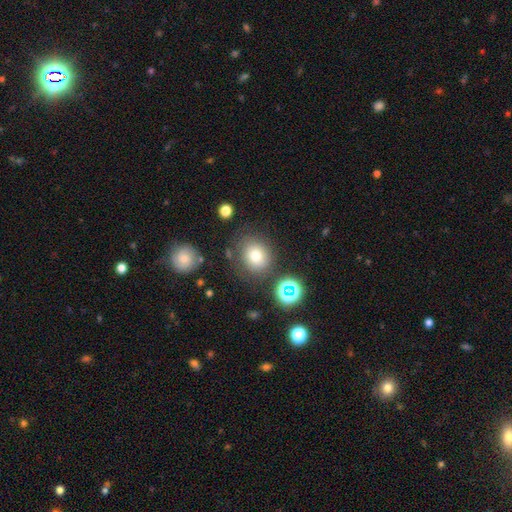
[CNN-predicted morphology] This appears to be a smooth galaxy with no disk features (75%) that is round (77%). Merging: none (76%).